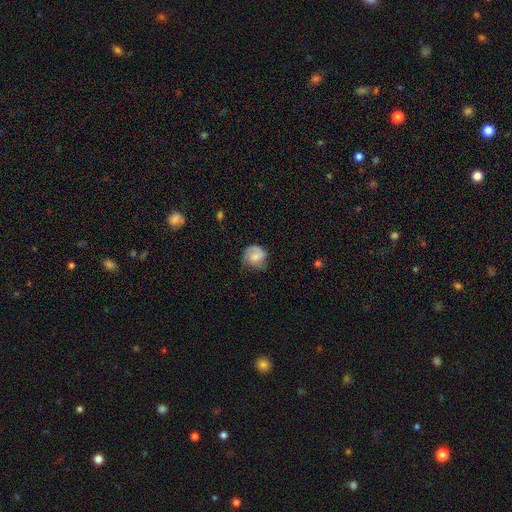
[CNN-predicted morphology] This is possibly a smooth galaxy (54%). How rounded: likely round (78%). Merging: possibly none (56%).